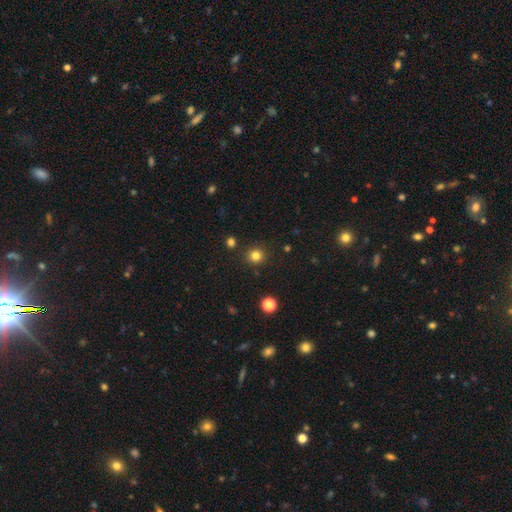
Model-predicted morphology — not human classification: type=smooth (81%); roundness=round (91%); merging=none (89%).